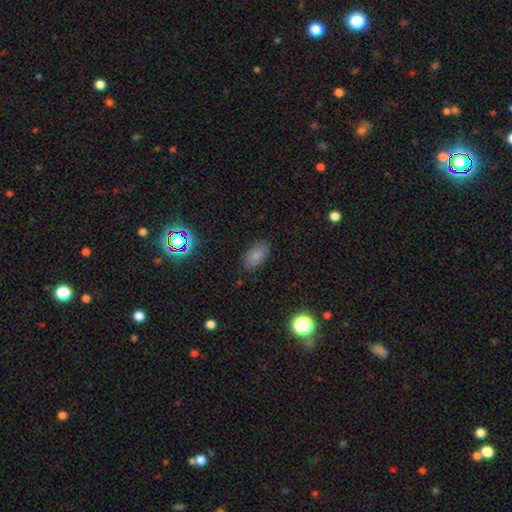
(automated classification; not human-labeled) Smooth or featured? Predicted: smooth (p=0.79). How rounded? Predicted: in between (p=0.93). Merging? Predicted: none (p=0.84).